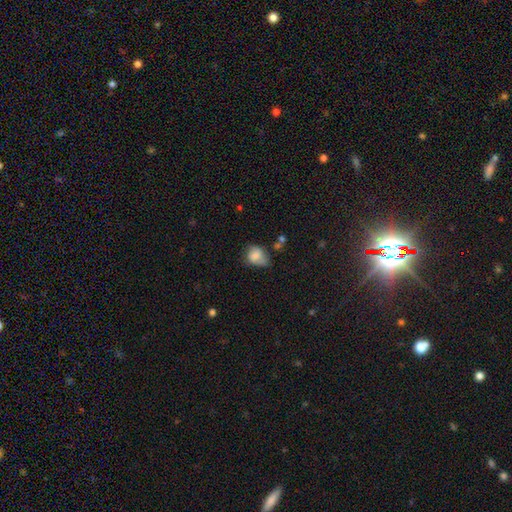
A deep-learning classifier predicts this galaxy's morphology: smooth-or-featured: smooth: 75% | featured or disk: 16% | star or artifact: 9%
  how-rounded: in between: 53% | round: 46% | cigar-shaped: 1%
  merging: none: 39% | minor disturbance: 38% | major disturbance: 16% | merger: 7%